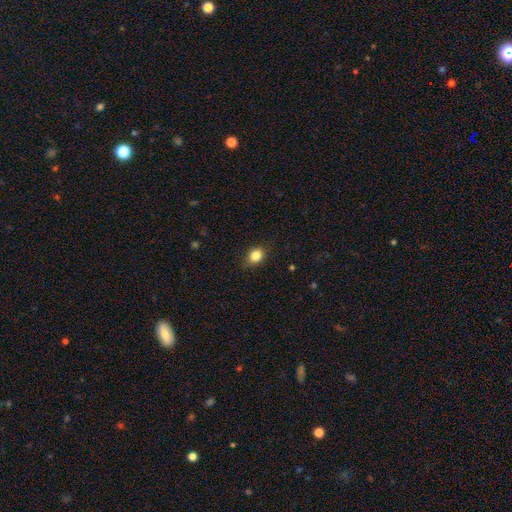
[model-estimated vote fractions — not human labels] A smooth galaxy with no disk features (84%) that is in between round and cigar-shaped (51%).

Vote fractions:
- Smooth or featured? smooth: 84% / star or artifact: 10% / featured or disk: 6%
- How rounded? in between: 51% / round: 48% / cigar-shaped: 1%
- Merging? none: 81% / minor disturbance: 15% / major disturbance: 3% / merger: 1%